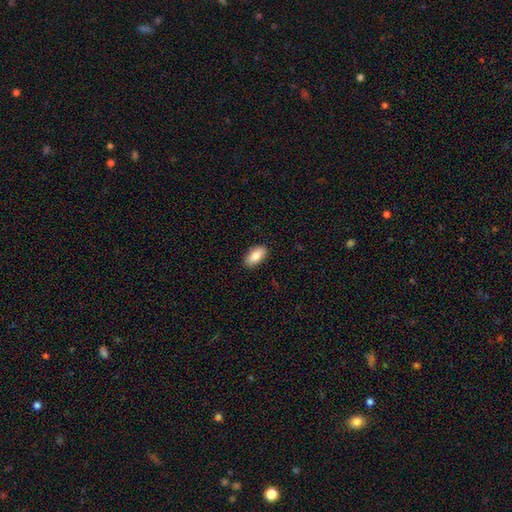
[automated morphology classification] Overall: smooth (83%). How rounded: in between (91%). Merging: none (89%).